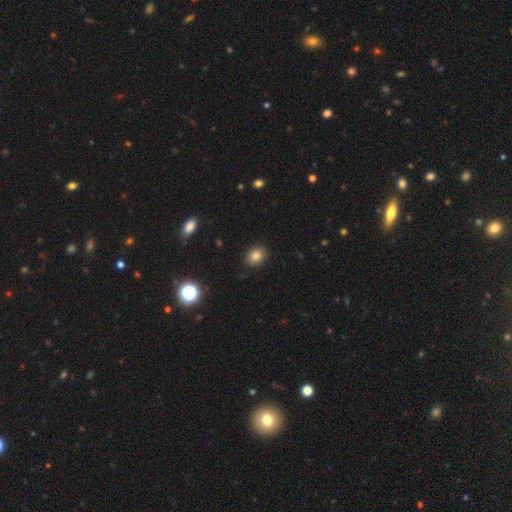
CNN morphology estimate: A smooth galaxy with no disk features (83%) that is round (55%). Merging: none (89%).